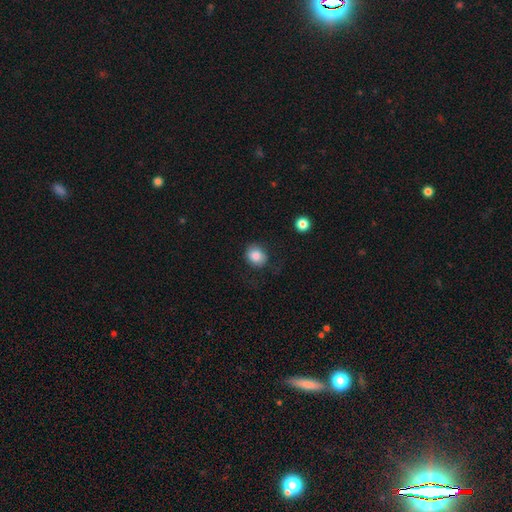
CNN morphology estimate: Q: Smooth or featured?
A: smooth (84%); runner-up: star or artifact (9%)
Q: How rounded?
A: round (68%); runner-up: in between (31%)
Q: Merging?
A: none (72%); runner-up: minor disturbance (18%)